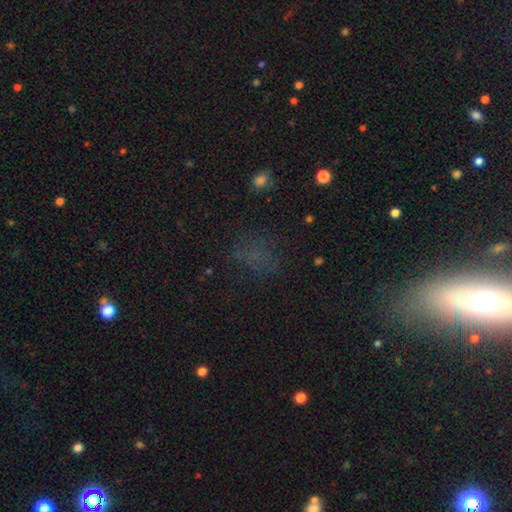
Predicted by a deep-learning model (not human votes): Smooth or featured: smooth — 50% (star or artifact — 35%)
How rounded: in between — 56% (round — 40%)
Merging: none — 62% (minor disturbance — 18%)